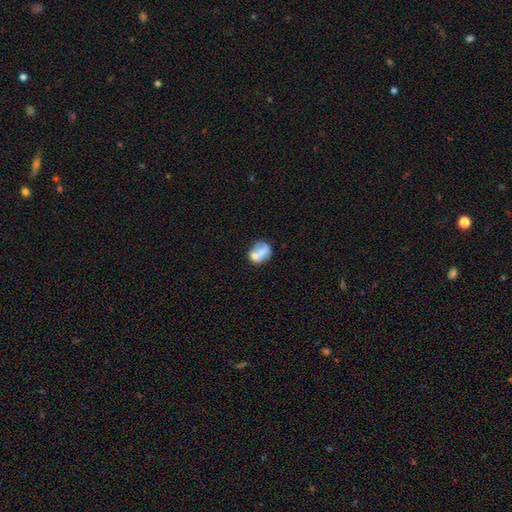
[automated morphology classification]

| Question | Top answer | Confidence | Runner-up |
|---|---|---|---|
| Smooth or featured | smooth | 56% | star or artifact (26%) |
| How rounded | in between | 58% | round (39%) |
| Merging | none | 61% | minor disturbance (16%) |